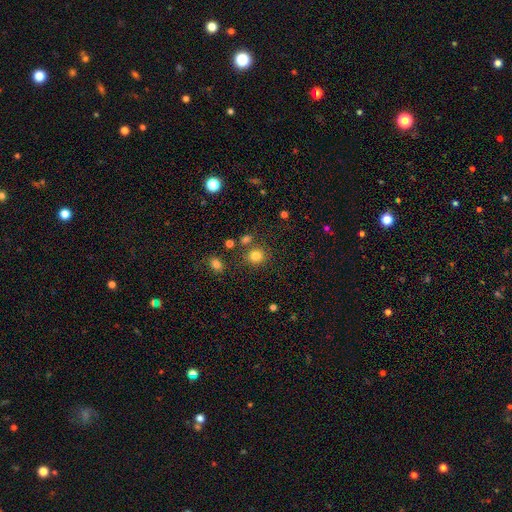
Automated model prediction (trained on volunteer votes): A smooth galaxy with no disk features (81%) that is round (86%).

Vote fractions:
- Smooth or featured? smooth: 81% / star or artifact: 13% / featured or disk: 6%
- How rounded? round: 86% / in between: 13% / cigar-shaped: 1%
- Merging? none: 78% / minor disturbance: 9% / merger: 9% / major disturbance: 4%